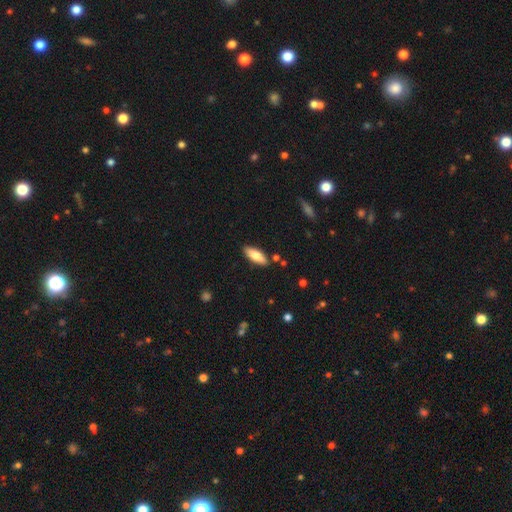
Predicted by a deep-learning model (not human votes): This is likely a smooth galaxy (74%). How rounded: likely in between (65%). Merging: clearly none (86%).